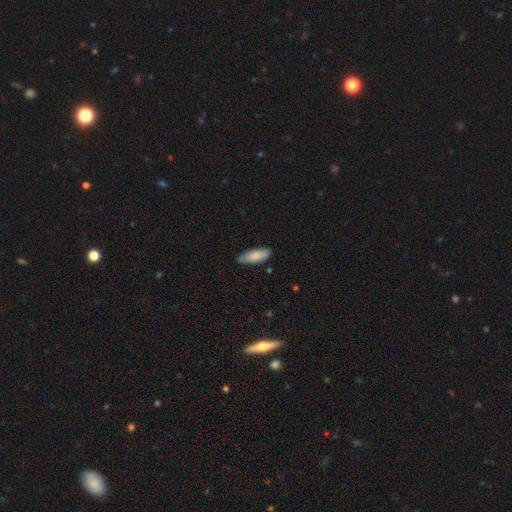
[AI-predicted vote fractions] The model was most divided on "how rounded": in between: 68%, cigar-shaped: 30%, round: 2%. More confident: smooth or featured — smooth (85%); merging — none (82%).